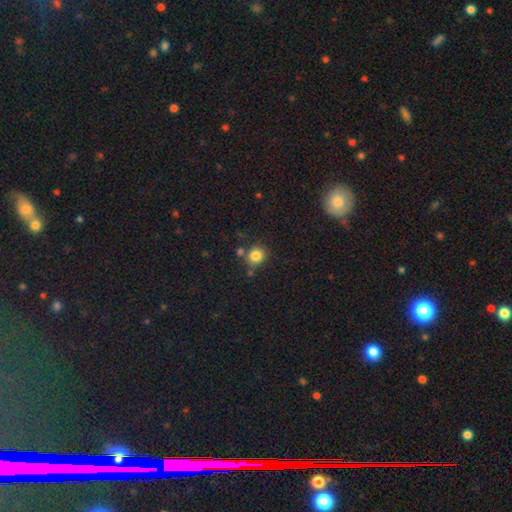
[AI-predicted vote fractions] smooth 83%, star or artifact 11%, featured or disk 6%. Down the decision tree: how rounded — round (83%); merging — none (71%).